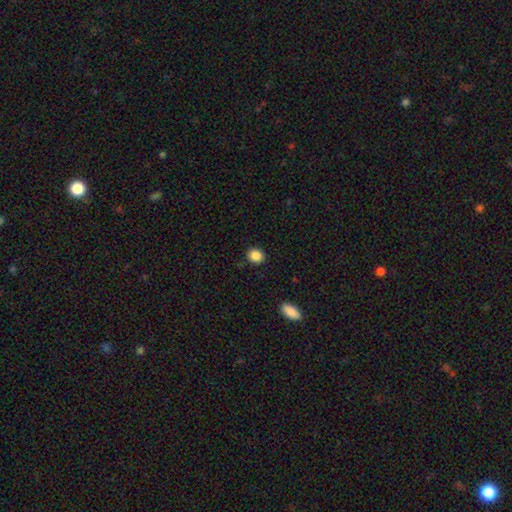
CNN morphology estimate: Smooth or featured?
  - smooth: 87% *
  - star or artifact: 9%
  - featured or disk: 4%
How rounded?
  - round: 71% *
  - in between: 28%
  - cigar-shaped: 1%
Merging?
  - none: 89% *
  - minor disturbance: 8%
  - major disturbance: 2%
  - merger: 2%